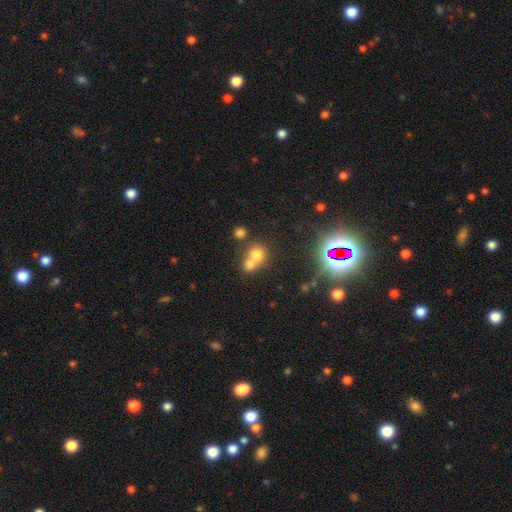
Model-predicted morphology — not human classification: This is likely a smooth galaxy (65%). How rounded: likely round (75%). Merging: likely merger (62%).